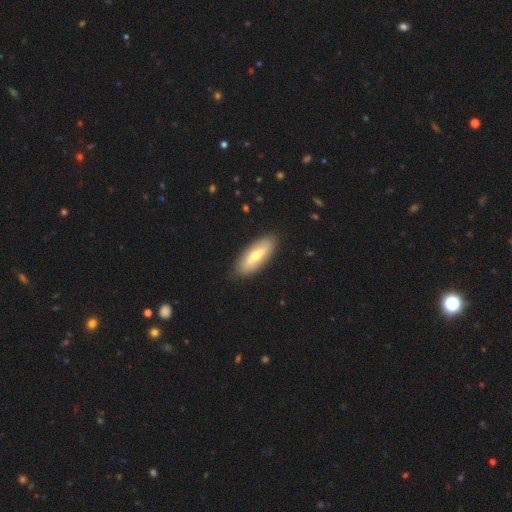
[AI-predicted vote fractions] Smooth or featured? smooth (52%)
How rounded? in between (75%)
Merging? none (87%)